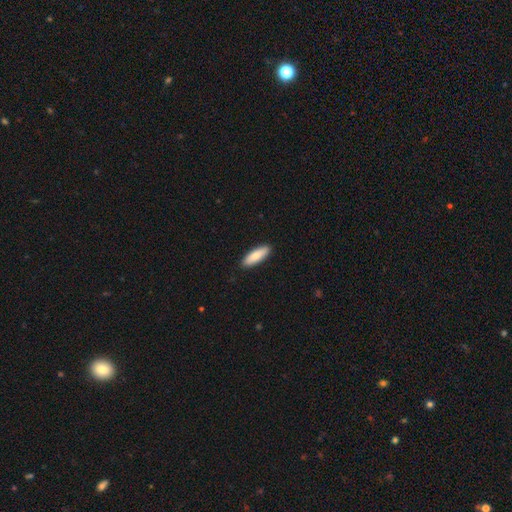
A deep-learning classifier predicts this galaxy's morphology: This is clearly a smooth galaxy (84%). How rounded: possibly cigar-shaped (52%). Merging: clearly none (90%).